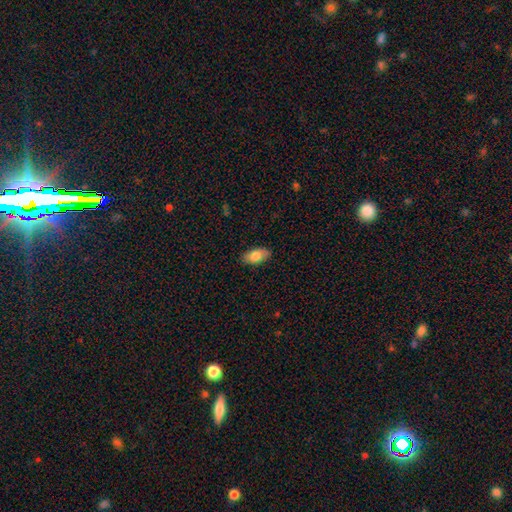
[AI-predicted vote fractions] Smooth or featured? Predicted: smooth (p=0.81). How rounded? Predicted: in between (p=0.93). Merging? Predicted: none (p=0.86).